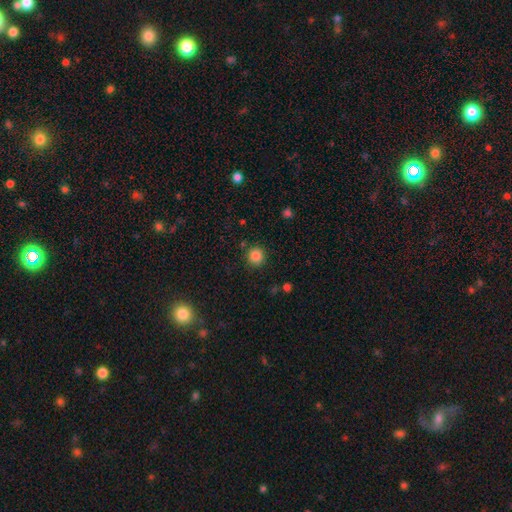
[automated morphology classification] Overall: smooth (85%). How rounded: round (93%). Merging: none (88%).